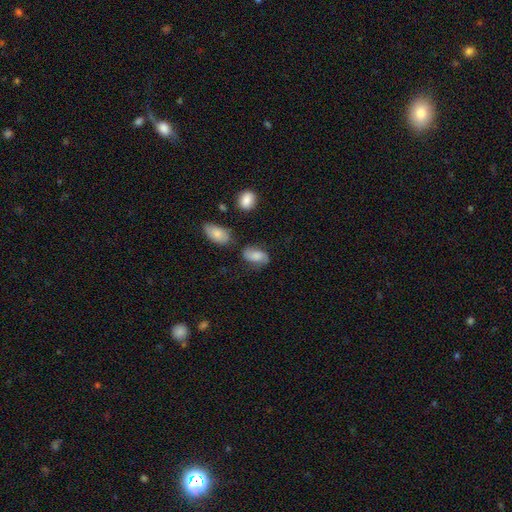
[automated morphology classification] A smooth galaxy with no disk features (65%) that is in between round and cigar-shaped (90%).

Vote fractions:
- Smooth or featured? smooth: 65% / featured or disk: 27% / star or artifact: 9%
- How rounded? in between: 90% / round: 7% / cigar-shaped: 3%
- Merging? none: 61% / minor disturbance: 25% / major disturbance: 8% / merger: 6%